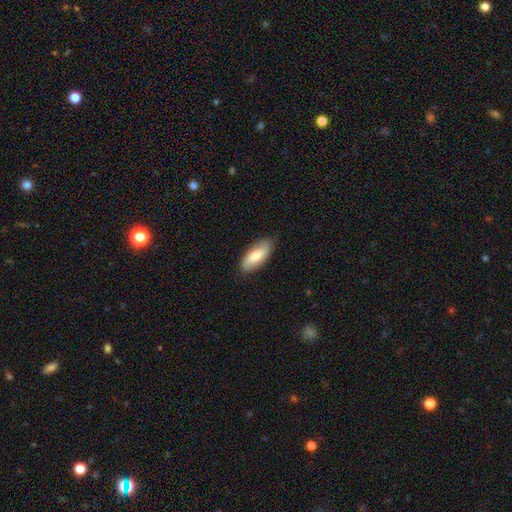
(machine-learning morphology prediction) Smooth or featured: smooth — 72% (featured or disk — 22%)
How rounded: in between — 83% (cigar-shaped — 15%)
Merging: none — 84% (minor disturbance — 13%)